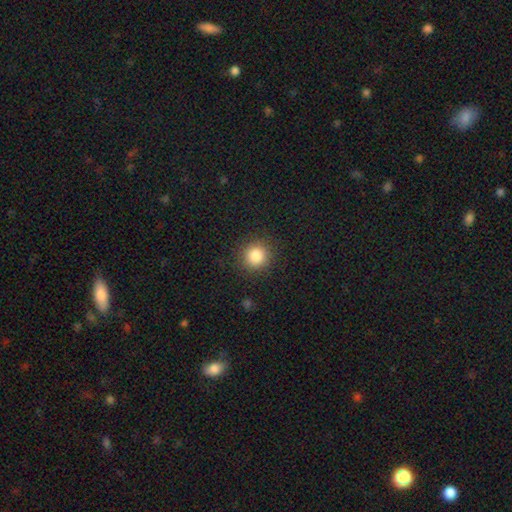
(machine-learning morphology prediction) This appears to be a smooth galaxy with no disk features (84%) that is round (93%). Merging: none (90%).